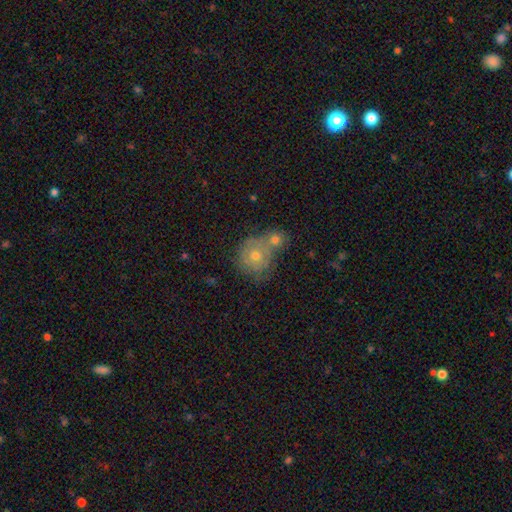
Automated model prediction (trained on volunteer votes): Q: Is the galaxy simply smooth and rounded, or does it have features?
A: smooth — 53%.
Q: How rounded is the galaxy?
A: round — 84%.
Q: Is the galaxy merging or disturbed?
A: none — 41%, tied with merger.